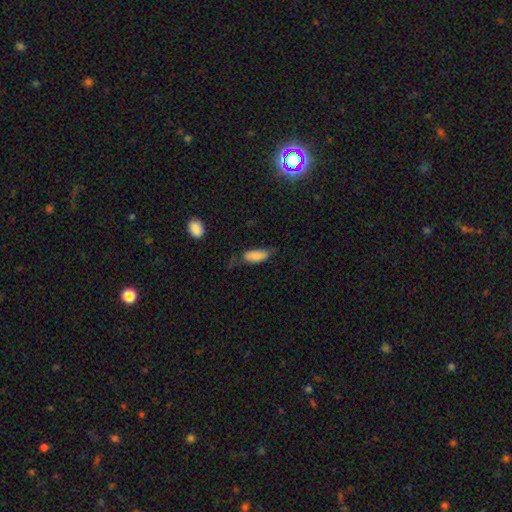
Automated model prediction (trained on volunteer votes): The model was most divided on "merging": none: 45%, minor disturbance: 35%, major disturbance: 17%, merger: 3%. More confident: smooth or featured — smooth (81%); how rounded — in between (76%).